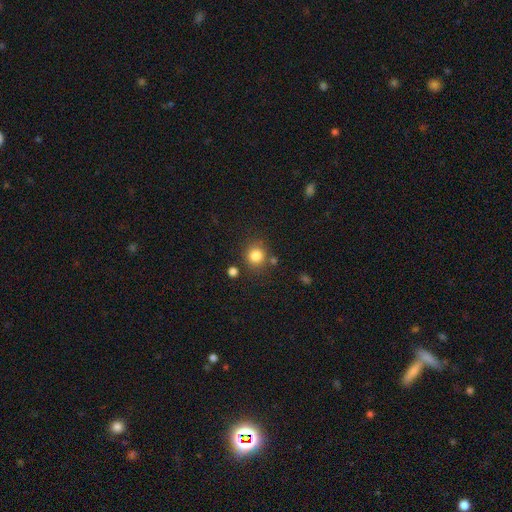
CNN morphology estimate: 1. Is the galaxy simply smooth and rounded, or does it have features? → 84% smooth, 11% star or artifact, 5% featured or disk.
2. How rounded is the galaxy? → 85% round, 14% in between, 1% cigar-shaped.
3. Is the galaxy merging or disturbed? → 78% none, 11% minor disturbance, 7% merger, 4% major disturbance.